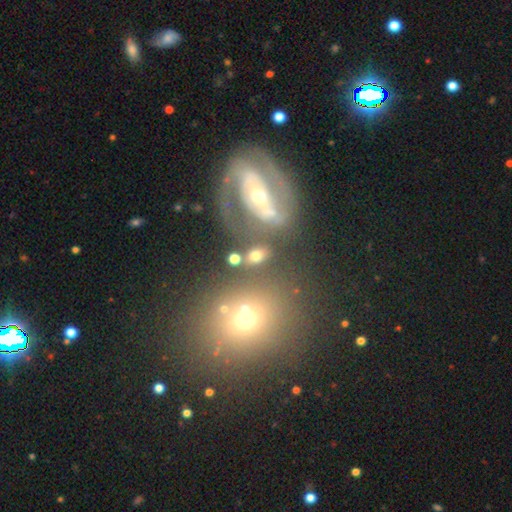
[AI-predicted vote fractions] Overall: smooth (62%; featured or disk 25%). How rounded: in between (73%). Merging: none (56%; merger 20%).